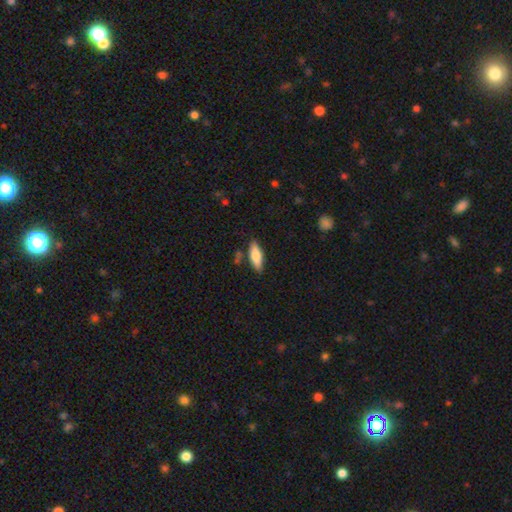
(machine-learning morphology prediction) Smooth or featured? smooth (77%)
How rounded? in between (61%)
Merging? none (80%)